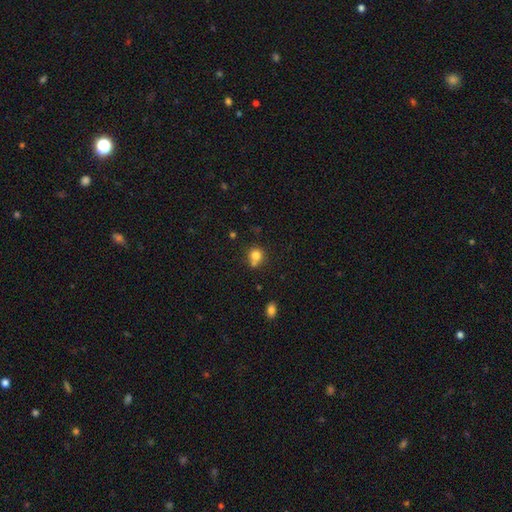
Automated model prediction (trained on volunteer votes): This is likely a smooth galaxy (78%). How rounded: clearly round (82%). Merging: possibly none (54%).